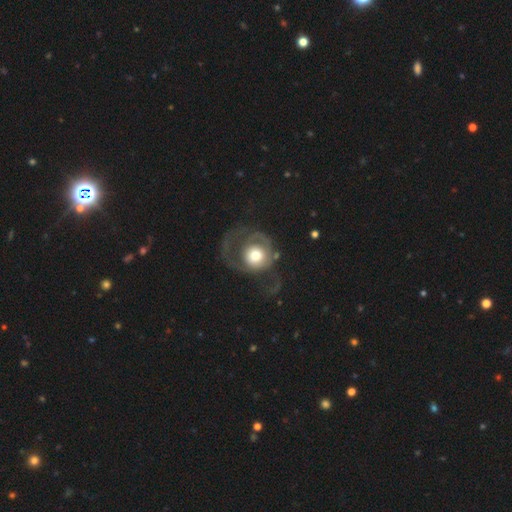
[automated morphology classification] Overall: featured or disk (52%; smooth 41%). Edge-on disk: no (97%). Bar: no (84%). Spiral arms: yes (51%; no 49%). Bulge size: moderate (48%; large 38%). Merging: major disturbance (54%; none 28%).